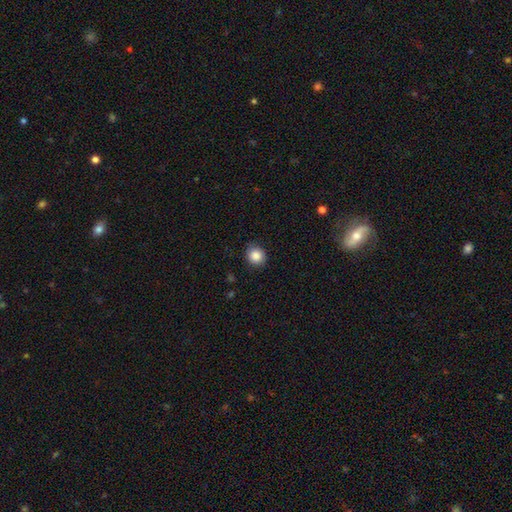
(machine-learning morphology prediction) Smooth or featured: smooth — 86% (star or artifact — 9%)
How rounded: round — 79% (in between — 20%)
Merging: none — 86% (minor disturbance — 11%)